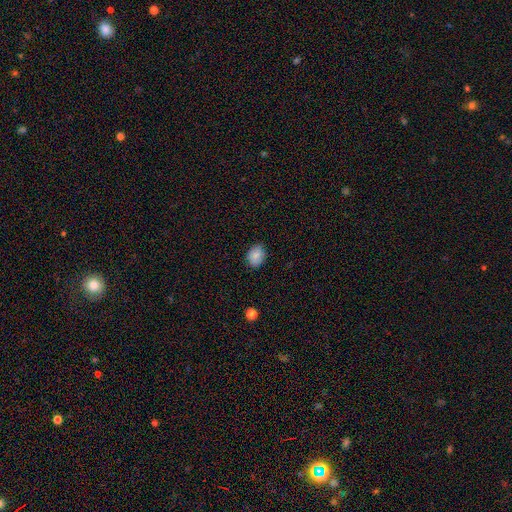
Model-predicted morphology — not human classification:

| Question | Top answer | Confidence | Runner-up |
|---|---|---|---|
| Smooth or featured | smooth | 86% | star or artifact (8%) |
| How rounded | in between | 62% | round (37%) |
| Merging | none | 83% | minor disturbance (13%) |